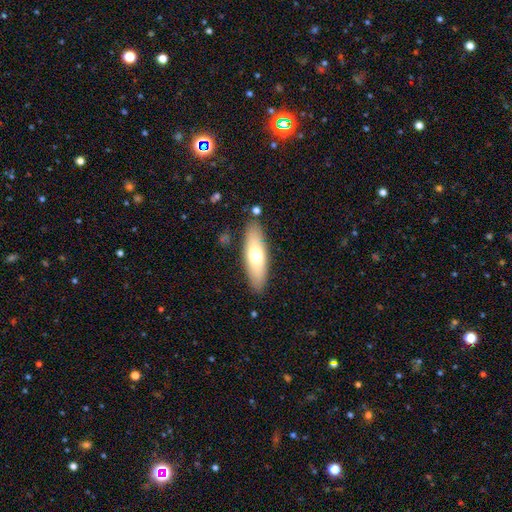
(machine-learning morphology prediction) smooth-or-featured: smooth: 65% | featured or disk: 30% | star or artifact: 6%
  how-rounded: cigar-shaped: 50% | in between: 48% | round: 2%
  merging: none: 87% | minor disturbance: 9% | major disturbance: 2% | merger: 2%